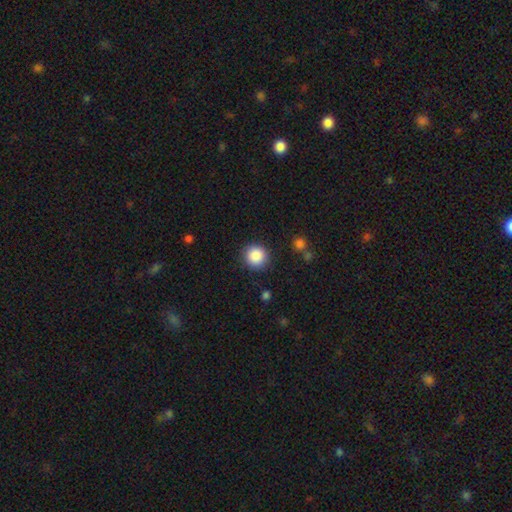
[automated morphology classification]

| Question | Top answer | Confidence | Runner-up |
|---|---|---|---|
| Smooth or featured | smooth | 88% | star or artifact (9%) |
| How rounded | round | 93% | in between (6%) |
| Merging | none | 89% | minor disturbance (7%) |